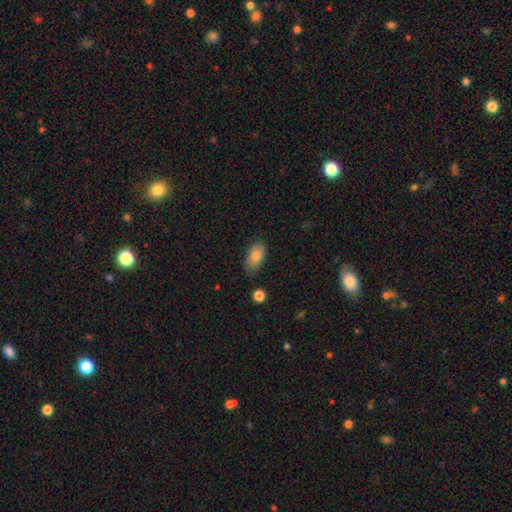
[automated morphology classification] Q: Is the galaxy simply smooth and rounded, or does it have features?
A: smooth — 82%.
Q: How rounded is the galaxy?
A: in between — 92%.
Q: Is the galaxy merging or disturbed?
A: none — 80%.